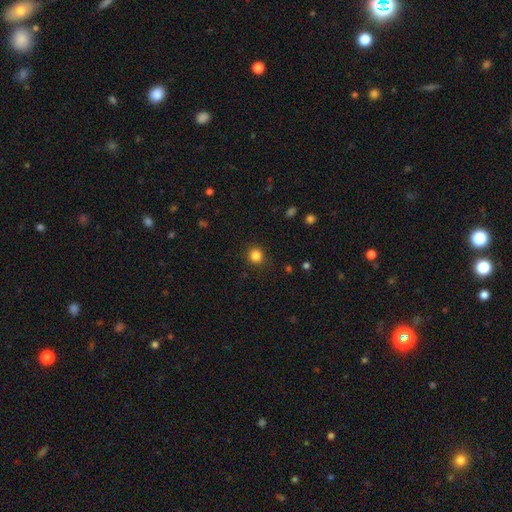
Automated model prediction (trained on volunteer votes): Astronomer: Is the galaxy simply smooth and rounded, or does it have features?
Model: smooth — 84%.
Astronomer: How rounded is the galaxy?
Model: round — 92%.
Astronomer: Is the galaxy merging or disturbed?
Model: none — 89%.